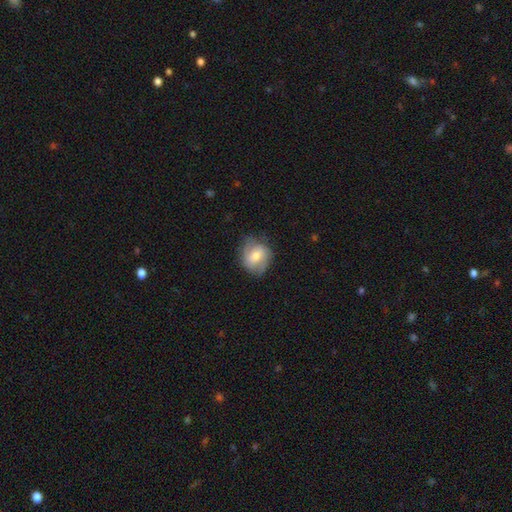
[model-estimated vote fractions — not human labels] The model was most divided on "bar": no: 44%, weak: 43%, strong: 13%. More confident: edge-on disk — no (97%); spiral arms — yes (86%); merging — none (73%); bulge size — moderate (59%); smooth or featured — featured or disk (55%).